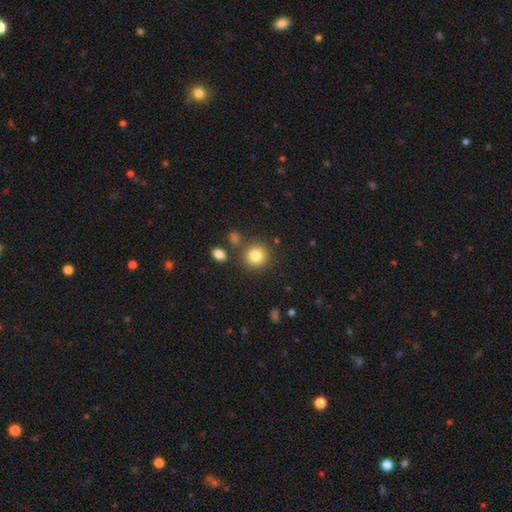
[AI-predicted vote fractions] Smooth or featured: smooth — 83% (star or artifact — 10%)
How rounded: round — 90% (in between — 9%)
Merging: none — 82% (minor disturbance — 8%)